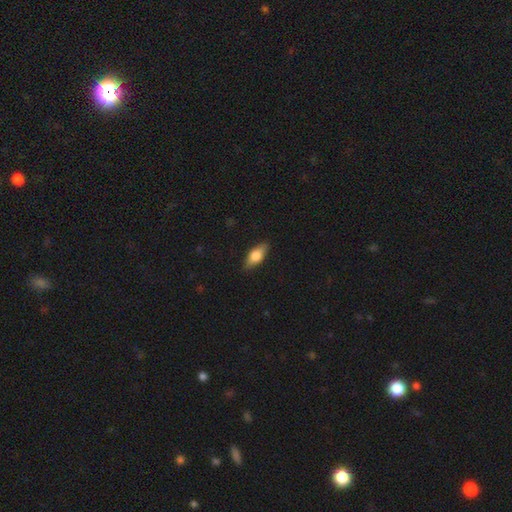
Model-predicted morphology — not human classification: Q: Smooth or featured?
A: smooth (61%); runner-up: featured or disk (33%)
Q: How rounded?
A: in between (72%); runner-up: cigar-shaped (24%)
Q: Merging?
A: none (87%); runner-up: minor disturbance (10%)